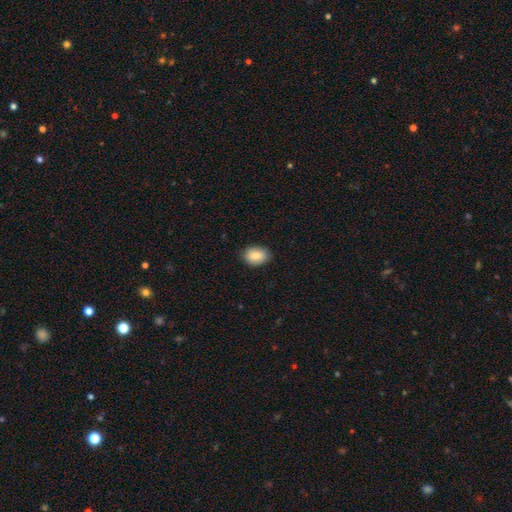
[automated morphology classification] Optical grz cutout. It shows a smooth galaxy with no disk features (83%) that is in between round and cigar-shaped (65%). Merging: none (82%).